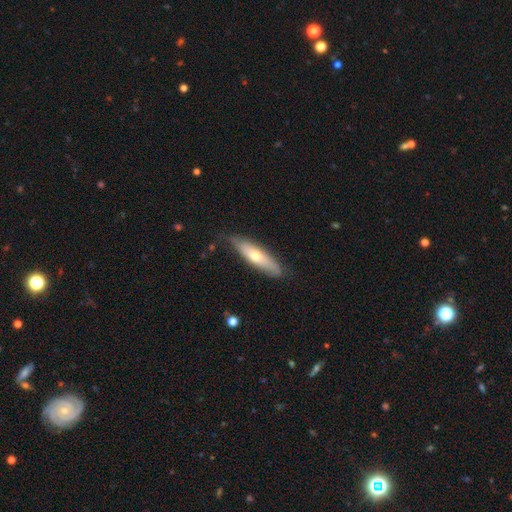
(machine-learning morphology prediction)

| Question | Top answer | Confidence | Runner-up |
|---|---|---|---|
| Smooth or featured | smooth | 53% | featured or disk (41%) |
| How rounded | cigar-shaped | 64% | in between (34%) |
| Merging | none | 76% | minor disturbance (19%) |